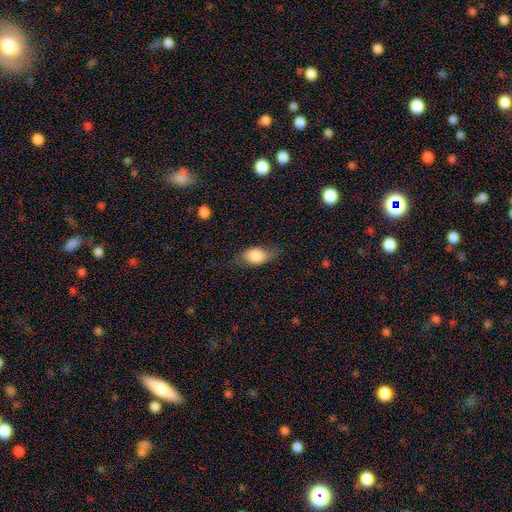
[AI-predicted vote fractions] This appears to be a smooth galaxy with no disk features (80%) that is in between round and cigar-shaped (85%). Merging: none (72%).